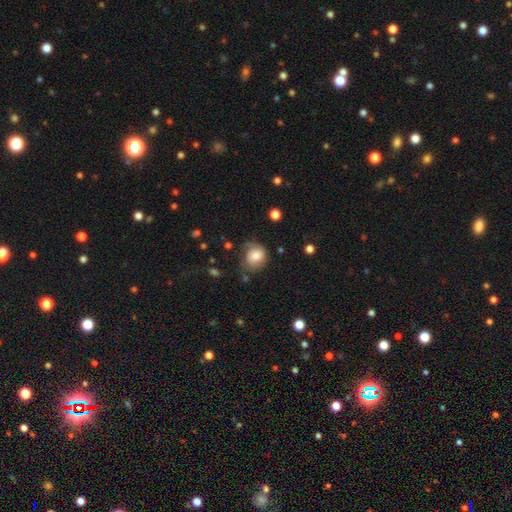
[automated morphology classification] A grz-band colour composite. It shows a smooth galaxy with no disk features (74%) that is round (67%). Merging: none (53%).